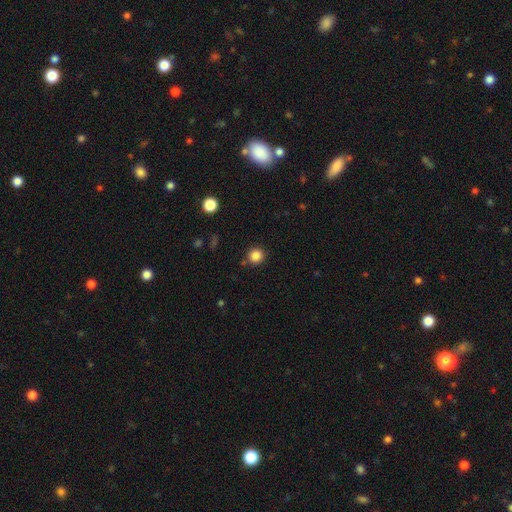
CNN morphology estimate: This appears to be a smooth galaxy with no disk features (85%) that is round (93%). Merging: none (86%).